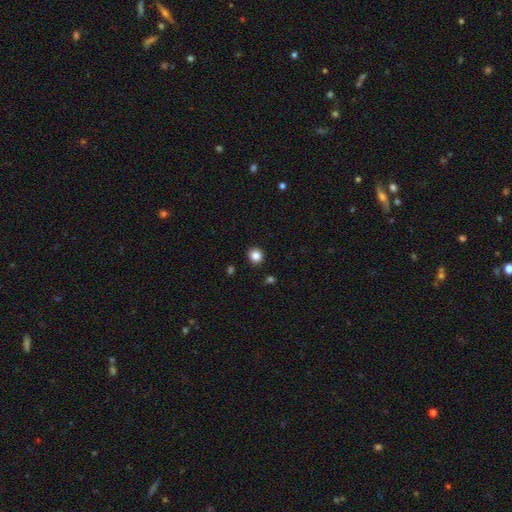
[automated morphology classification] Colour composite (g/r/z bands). It shows a smooth galaxy with no disk features (85%) that is round (90%). Merging: none (91%).